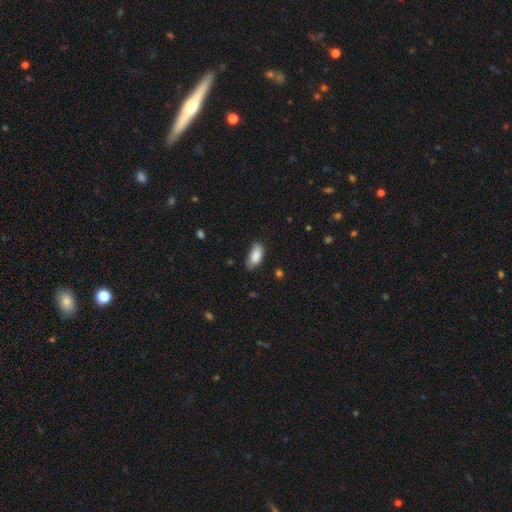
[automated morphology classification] A smooth galaxy with no disk features (86%) that is in between round and cigar-shaped (91%).

Vote fractions:
- Smooth or featured? smooth: 86% / featured or disk: 7% / star or artifact: 7%
- How rounded? in between: 91% / cigar-shaped: 6% / round: 3%
- Merging? none: 61% / minor disturbance: 31% / major disturbance: 6% / merger: 2%